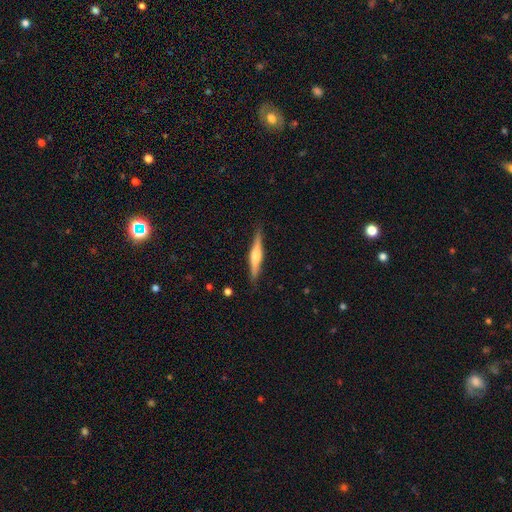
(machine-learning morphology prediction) The model was most divided on "smooth or featured": featured or disk: 65%, smooth: 29%, star or artifact: 5%. More confident: edge-on disk — yes (98%); merging — none (89%); edge-on bulge — rounded (84%).